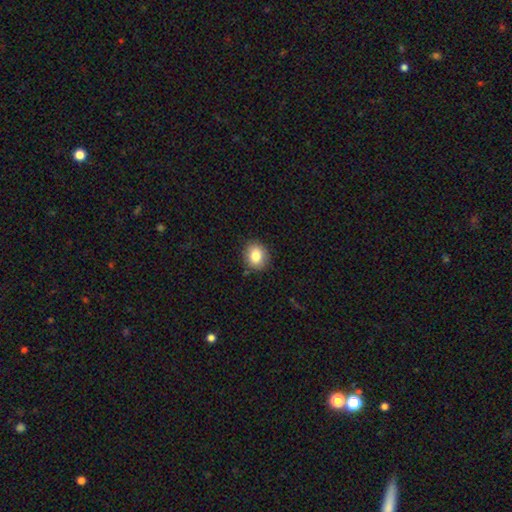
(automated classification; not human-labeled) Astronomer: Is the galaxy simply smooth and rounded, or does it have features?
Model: smooth — 82%.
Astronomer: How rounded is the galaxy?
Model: round — 63%.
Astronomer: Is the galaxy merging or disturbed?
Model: none — 86%.